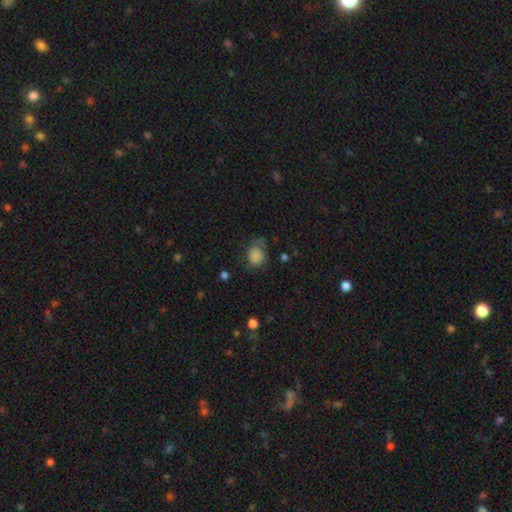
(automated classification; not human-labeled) Smooth or featured? Predicted: smooth (p=0.79). How rounded? Predicted: round (p=0.50). Merging? Predicted: none (p=0.48).